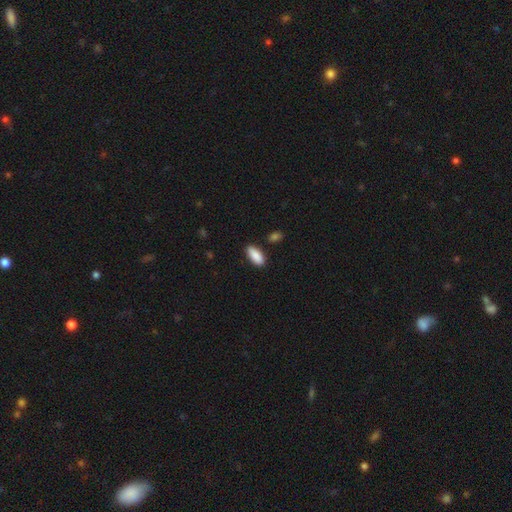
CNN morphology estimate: Smooth or featured? Predicted: smooth (p=0.90). How rounded? Predicted: in between (p=0.86). Merging? Predicted: none (p=0.84).